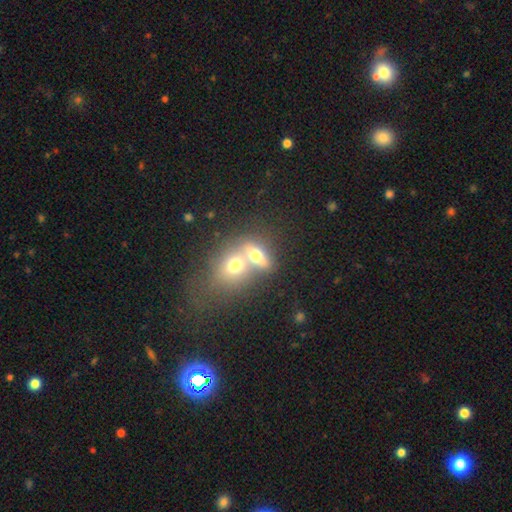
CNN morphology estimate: A smooth galaxy with no disk features (63%) that is in between round and cigar-shaped (61%).

Vote fractions:
- Smooth or featured? smooth: 63% / featured or disk: 25% / star or artifact: 12%
- How rounded? in between: 61% / round: 32% / cigar-shaped: 7%
- Merging? merger: 64% / none: 25% / minor disturbance: 6% / major disturbance: 4%